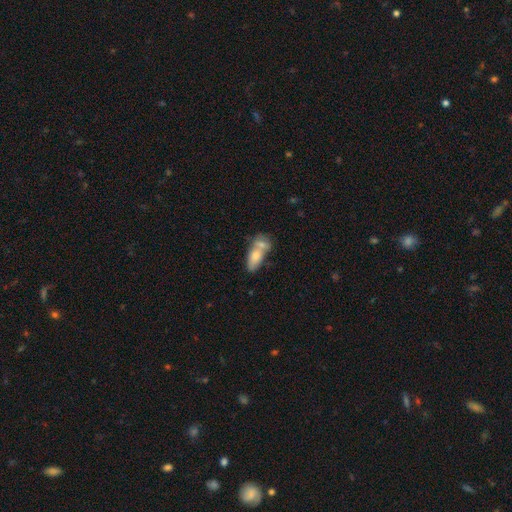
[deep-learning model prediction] Smooth or featured? Predicted: smooth (p=0.73). How rounded? Predicted: in between (p=0.81). Merging? Predicted: merger (p=0.65).